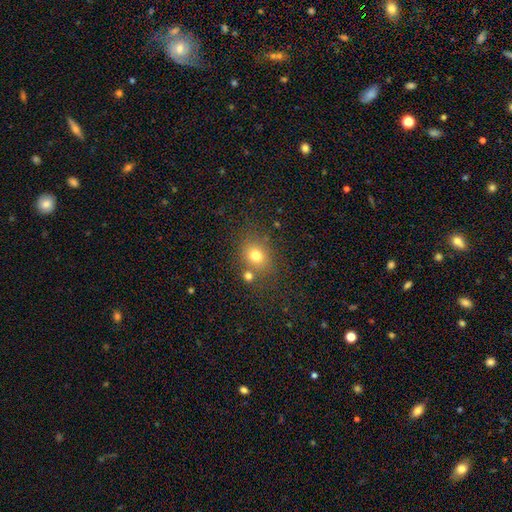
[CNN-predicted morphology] Smooth or featured? Predicted: smooth (p=0.75). How rounded? Predicted: round (p=0.64). Merging? Predicted: none (p=0.70).